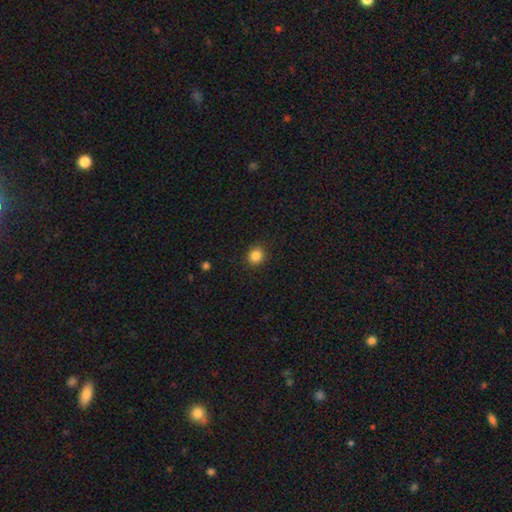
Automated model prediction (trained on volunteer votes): Smooth or featured: smooth — 85% (star or artifact — 11%)
How rounded: round — 88% (in between — 12%)
Merging: none — 90% (minor disturbance — 7%)